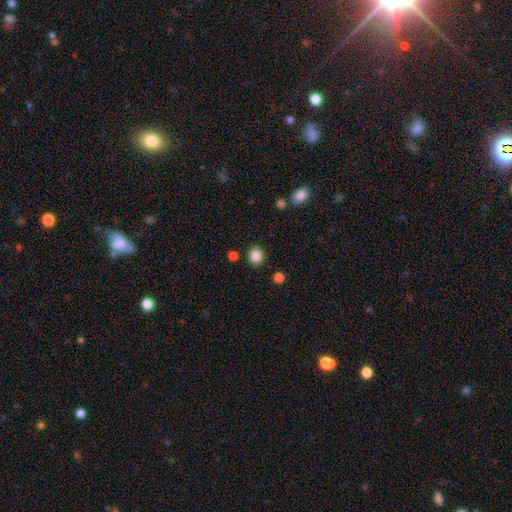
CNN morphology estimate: Smooth or featured: smooth — 86% (star or artifact — 10%)
How rounded: round — 81% (in between — 18%)
Merging: none — 87% (minor disturbance — 8%)